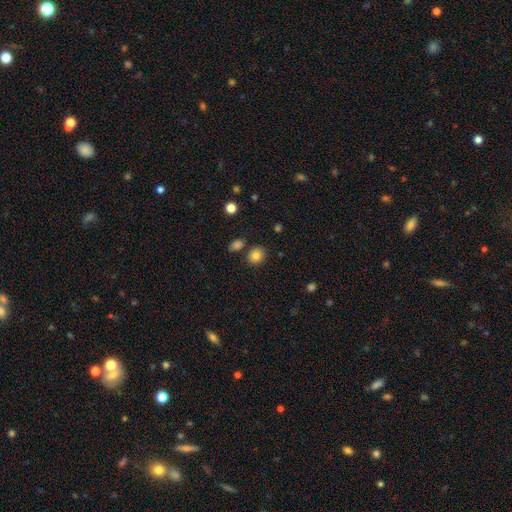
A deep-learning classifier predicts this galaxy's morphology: Smooth or featured: smooth — 83% (star or artifact — 11%)
How rounded: round — 75% (in between — 24%)
Merging: none — 82% (minor disturbance — 9%)